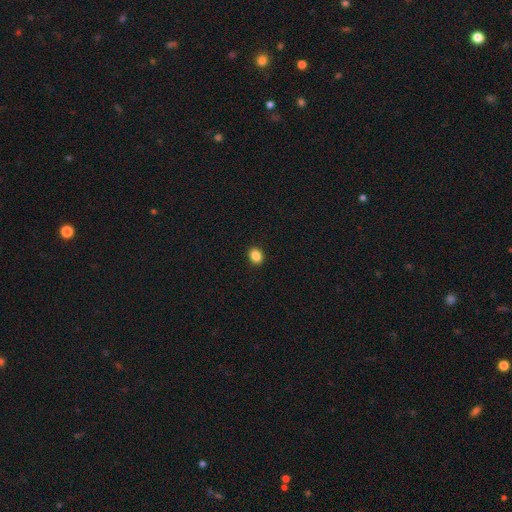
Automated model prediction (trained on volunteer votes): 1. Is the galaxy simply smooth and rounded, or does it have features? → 86% smooth, 10% star or artifact, 4% featured or disk.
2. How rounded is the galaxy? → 55% in between, 44% round, 1% cigar-shaped.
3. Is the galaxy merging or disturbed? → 91% none, 6% minor disturbance, 2% major disturbance, 1% merger.